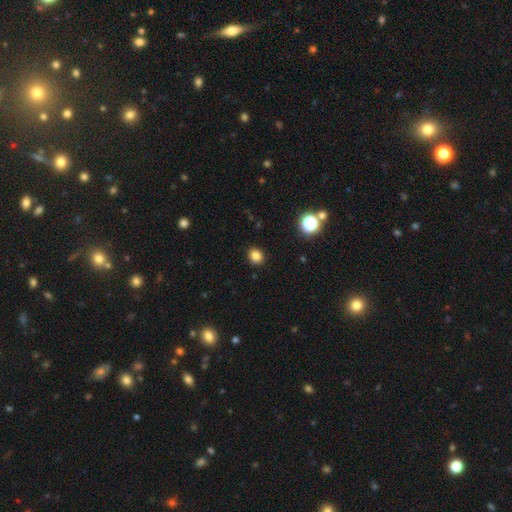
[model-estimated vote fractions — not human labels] Smooth or featured? smooth (82%)
How rounded? round (67%)
Merging? none (90%)